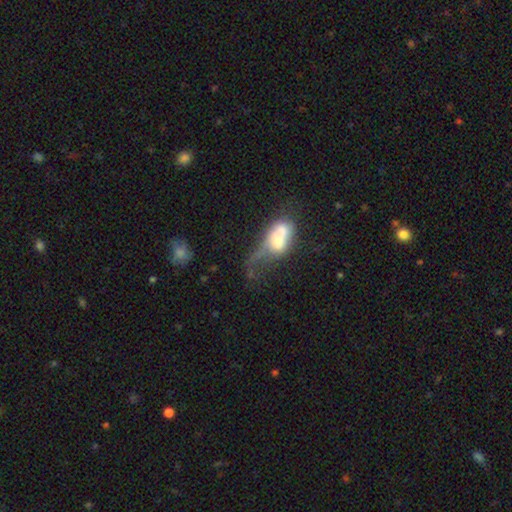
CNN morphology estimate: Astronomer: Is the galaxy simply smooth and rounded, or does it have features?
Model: smooth — 49% (runner-up: featured or disk, 36%).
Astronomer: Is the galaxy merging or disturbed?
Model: major disturbance — 38% (runner-up: merger, 28%).